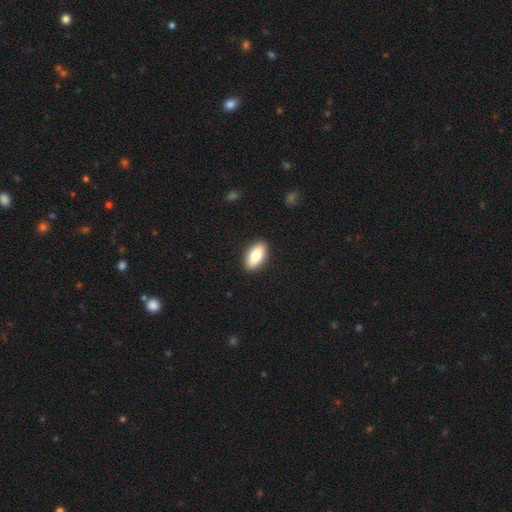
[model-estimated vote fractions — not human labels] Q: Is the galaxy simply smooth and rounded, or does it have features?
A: smooth — 77%.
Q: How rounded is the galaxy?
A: in between — 88%.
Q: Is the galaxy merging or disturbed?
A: none — 90%.